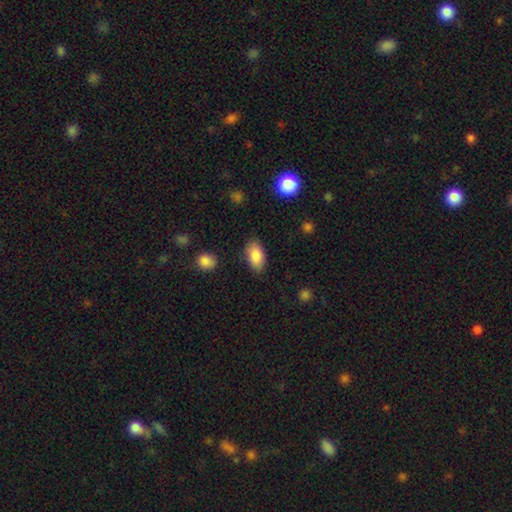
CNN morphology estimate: The model was most divided on "merging": none: 84%, minor disturbance: 11%, major disturbance: 3%, merger: 2%. More confident: how rounded — in between (93%); smooth or featured — smooth (85%).